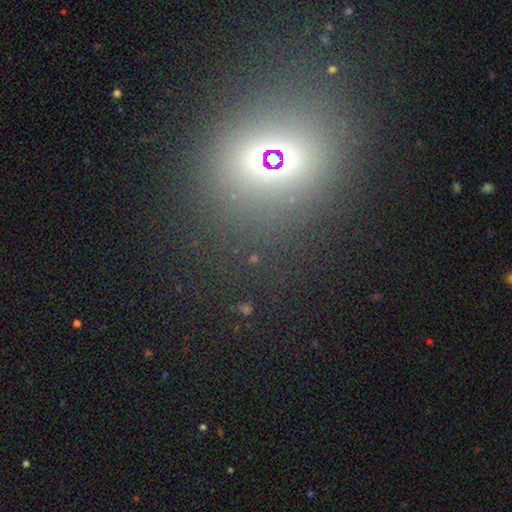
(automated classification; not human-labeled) Overall: star or artifact (45%; smooth 36%).